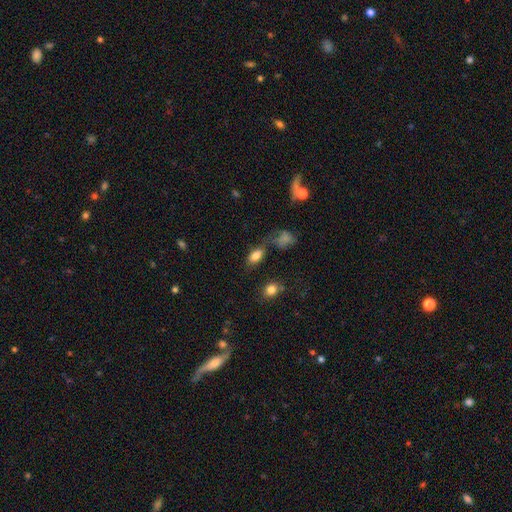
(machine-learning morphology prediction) Smooth or featured? Predicted: smooth (p=0.82). How rounded? Predicted: in between (p=0.90). Merging? Predicted: none (p=0.62).